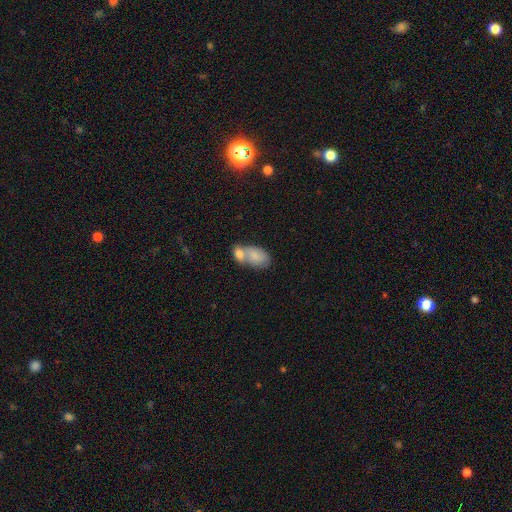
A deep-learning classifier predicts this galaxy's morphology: Smooth or featured: smooth — 79% (featured or disk — 15%)
How rounded: in between — 91% (round — 7%)
Merging: merger — 65% (none — 21%)